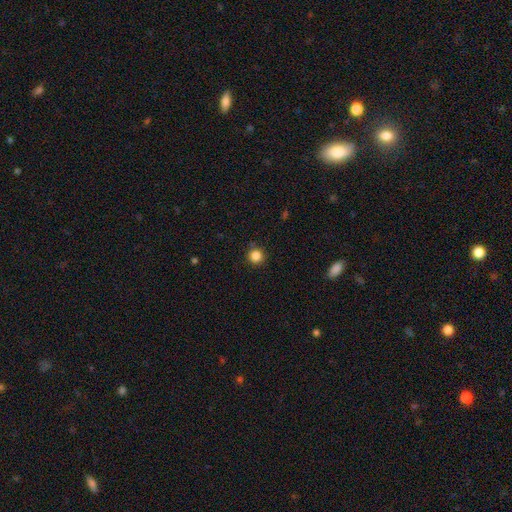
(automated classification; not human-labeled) Smooth or featured?
  - smooth: 85% *
  - star or artifact: 12%
  - featured or disk: 4%
How rounded?
  - round: 95% *
  - in between: 4%
  - cigar-shaped: 1%
Merging?
  - none: 89% *
  - minor disturbance: 7%
  - major disturbance: 2%
  - merger: 2%